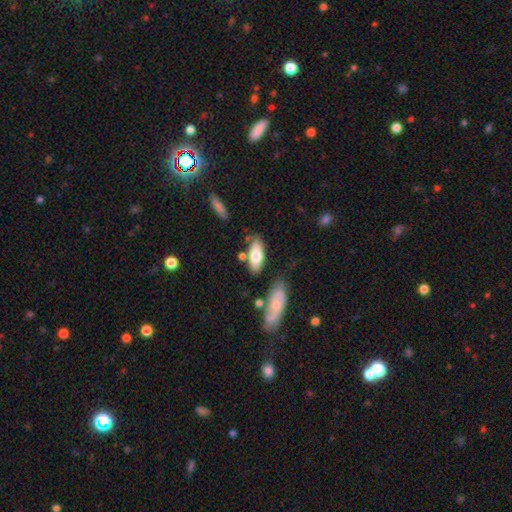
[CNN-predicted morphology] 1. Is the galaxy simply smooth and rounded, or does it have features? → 75% smooth, 19% featured or disk, 6% star or artifact.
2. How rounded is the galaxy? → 81% in between, 16% cigar-shaped, 2% round.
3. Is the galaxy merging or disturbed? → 69% none, 17% minor disturbance, 10% merger, 4% major disturbance.